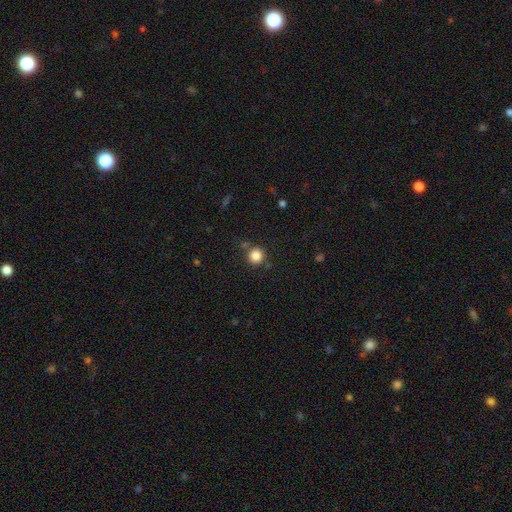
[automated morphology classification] Q: Smooth or featured?
A: smooth (84%); runner-up: star or artifact (11%)
Q: How rounded?
A: round (93%); runner-up: in between (6%)
Q: Merging?
A: none (82%); runner-up: minor disturbance (9%)